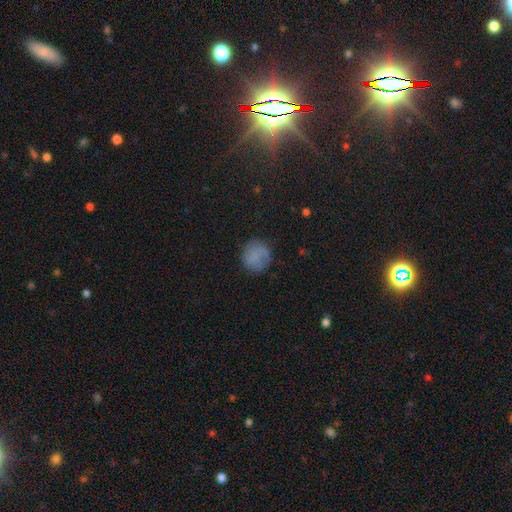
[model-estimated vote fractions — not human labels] This is likely a smooth galaxy (73%). How rounded: clearly round (87%). Merging: likely none (73%).